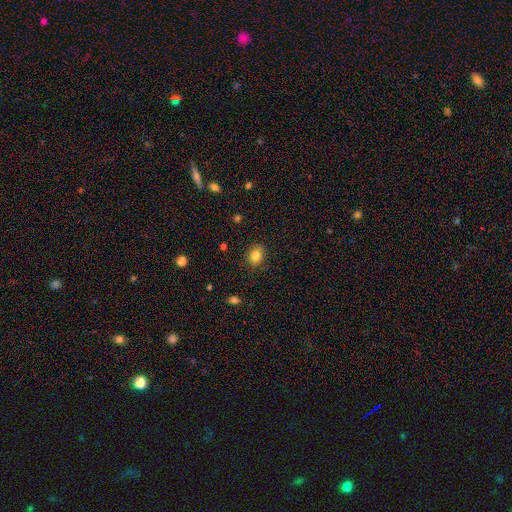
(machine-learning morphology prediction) smooth_or_featured: smooth (p=0.83) [alt: star or artifact p=0.10]
how_rounded: in between (p=0.55) [alt: round p=0.44]
merging: none (p=0.86) [alt: minor disturbance p=0.10]